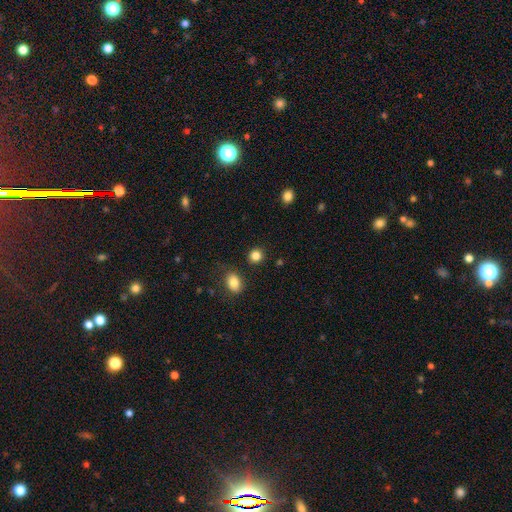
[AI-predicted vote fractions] smooth 85%, star or artifact 11%, featured or disk 4%. Down the decision tree: how rounded — round (86%); merging — none (87%).